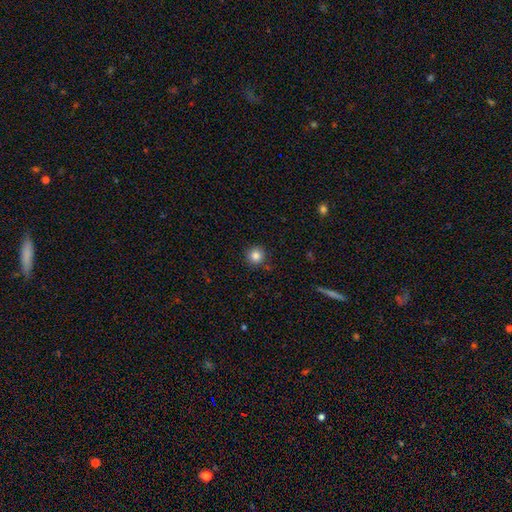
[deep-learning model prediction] Q: Smooth or featured?
A: smooth (84%); runner-up: star or artifact (11%)
Q: How rounded?
A: round (95%); runner-up: in between (4%)
Q: Merging?
A: none (89%); runner-up: minor disturbance (7%)